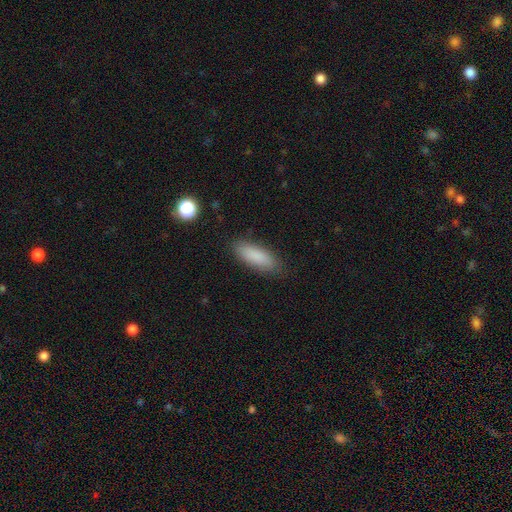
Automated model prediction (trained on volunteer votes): Overall: smooth (87%). How rounded: in between (61%; cigar-shaped 37%). Merging: none (85%).